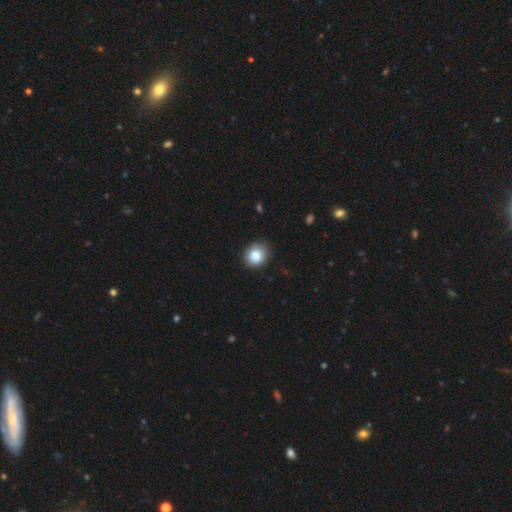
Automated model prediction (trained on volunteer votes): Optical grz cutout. It shows a smooth galaxy with no disk features (85%) that is round (78%). Merging: none (85%).